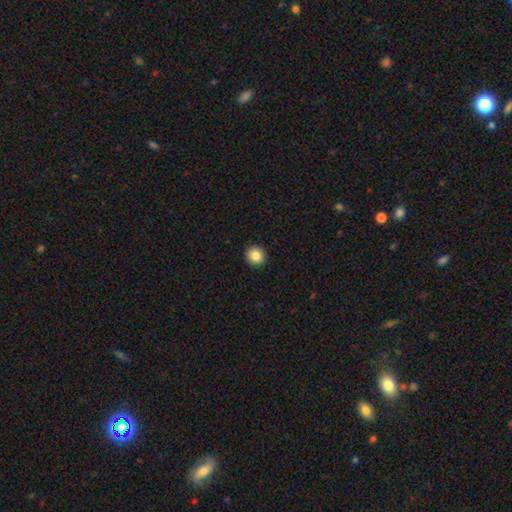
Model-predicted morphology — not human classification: Q: Smooth or featured?
A: smooth (85%); runner-up: star or artifact (9%)
Q: How rounded?
A: round (92%); runner-up: in between (7%)
Q: Merging?
A: none (93%); runner-up: minor disturbance (4%)